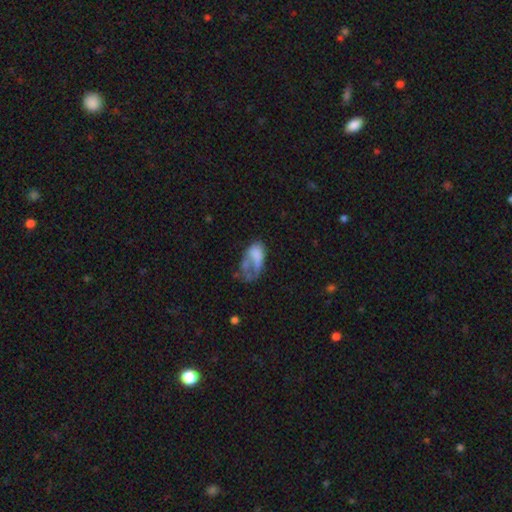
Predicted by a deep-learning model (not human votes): Q: Smooth or featured?
A: smooth (57%); runner-up: featured or disk (33%)
Q: How rounded?
A: in between (91%); runner-up: round (7%)
Q: Merging?
A: major disturbance (47%); runner-up: minor disturbance (19%)